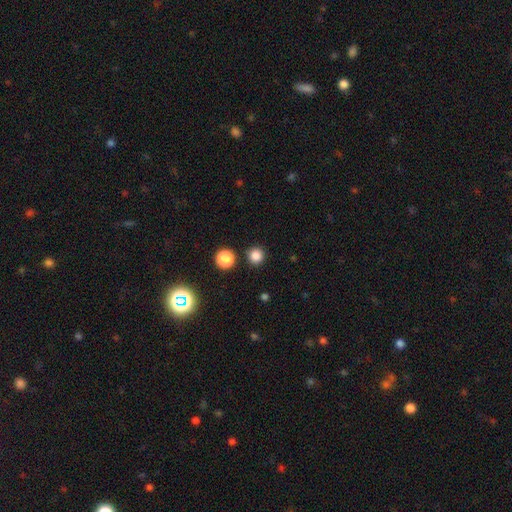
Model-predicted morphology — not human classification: A smooth galaxy with no disk features (82%) that is round (94%).

Vote fractions:
- Smooth or featured? smooth: 82% / star or artifact: 15% / featured or disk: 3%
- How rounded? round: 94% / in between: 5% / cigar-shaped: 1%
- Merging? none: 88% / minor disturbance: 6% / merger: 4% / major disturbance: 2%